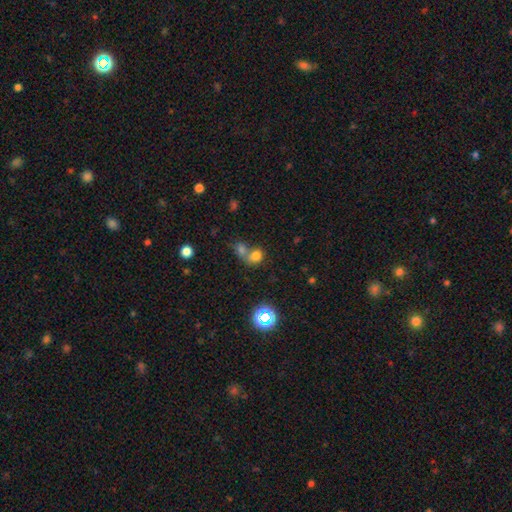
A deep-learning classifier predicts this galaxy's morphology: A smooth galaxy with no disk features (71%) that is round (57%).

Vote fractions:
- Smooth or featured? smooth: 71% / star or artifact: 18% / featured or disk: 11%
- How rounded? round: 57% / in between: 42% / cigar-shaped: 1%
- Merging? merger: 59% / none: 30% / minor disturbance: 7% / major disturbance: 5%